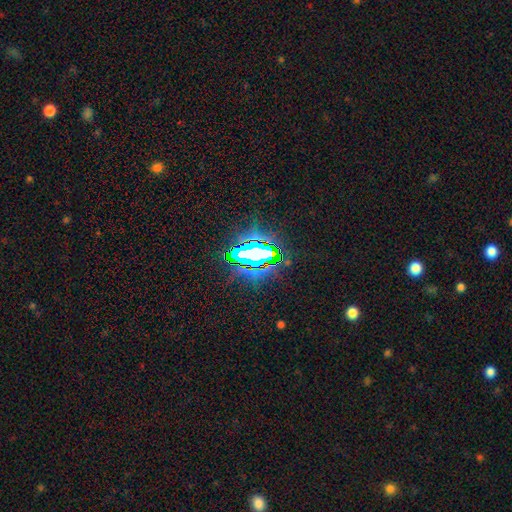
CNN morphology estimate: Smooth or featured? star or artifact (72%)